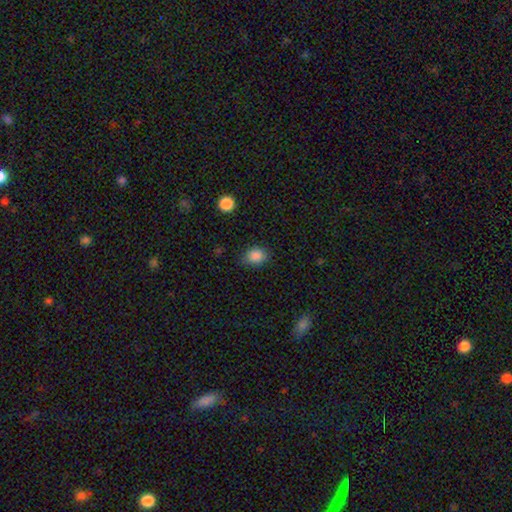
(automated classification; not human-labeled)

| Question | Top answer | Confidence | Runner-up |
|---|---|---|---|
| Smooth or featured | smooth | 87% | star or artifact (10%) |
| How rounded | round | 51% | in between (48%) |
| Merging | none | 76% | minor disturbance (18%) |